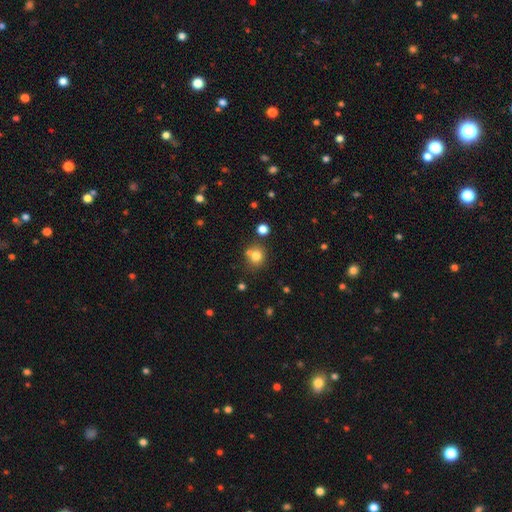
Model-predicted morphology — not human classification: Q: Smooth or featured?
A: smooth (78%); runner-up: star or artifact (14%)
Q: How rounded?
A: round (84%); runner-up: in between (16%)
Q: Merging?
A: none (67%); runner-up: merger (19%)